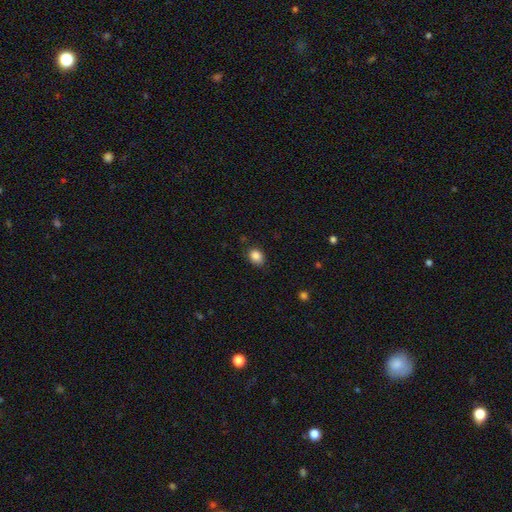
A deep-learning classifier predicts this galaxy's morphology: Smooth or featured? Predicted: smooth (p=0.86). How rounded? Predicted: in between (p=0.57). Merging? Predicted: none (p=0.82).